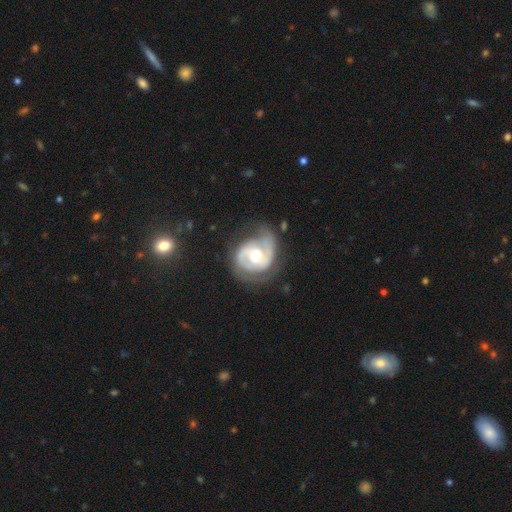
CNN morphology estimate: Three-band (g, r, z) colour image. It shows a featured or disk galaxy (84%) with no bar (56%), 2 (72%) tight (46%) spiral arms (92%) and a moderate central bulge (68%). Merging: none (59%).